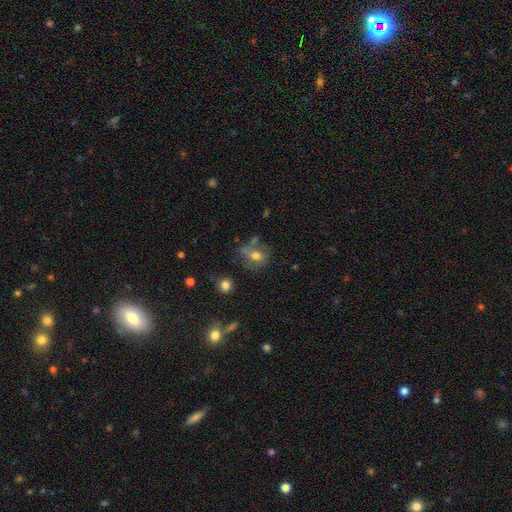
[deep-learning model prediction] Smooth or featured? Predicted: smooth (p=0.62). How rounded? Predicted: round (p=0.57). Merging? Predicted: none (p=0.51).